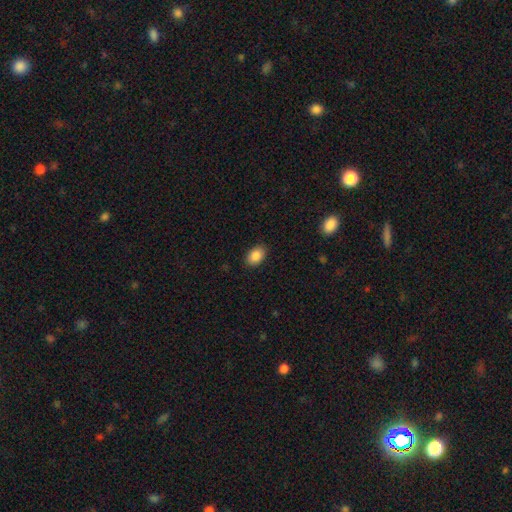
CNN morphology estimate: A smooth galaxy with no disk features (87%) that is in between round and cigar-shaped (83%). Merging: none (88%).